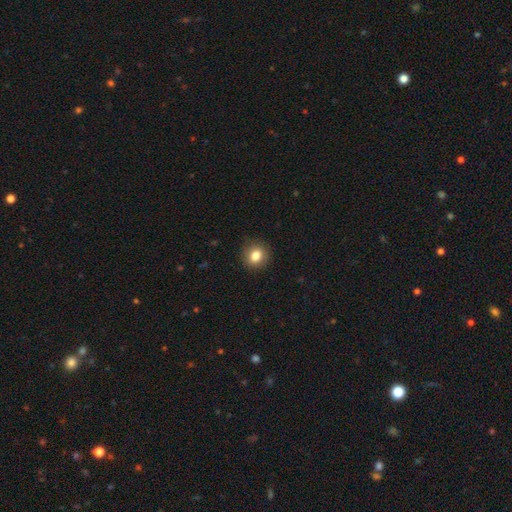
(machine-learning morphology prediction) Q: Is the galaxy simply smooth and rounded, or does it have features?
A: smooth — 83%.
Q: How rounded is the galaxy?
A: round — 84%.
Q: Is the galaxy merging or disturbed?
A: none — 90%.